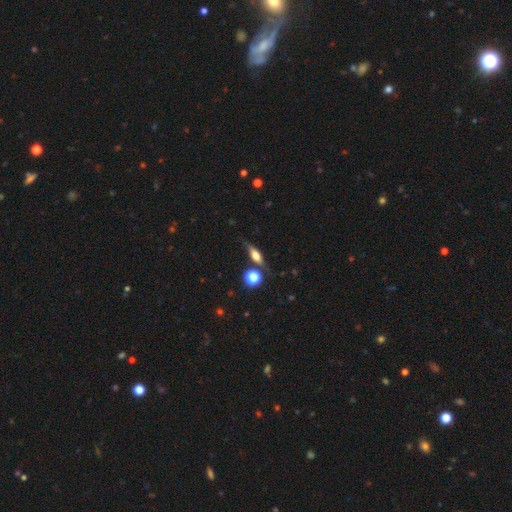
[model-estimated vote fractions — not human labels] A featured or disk galaxy (46%). Merging: none (70%).